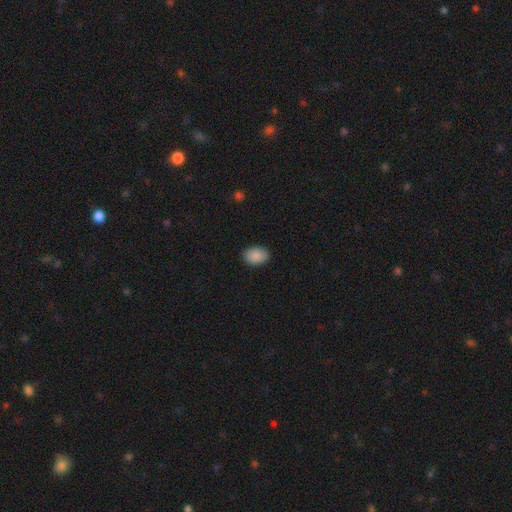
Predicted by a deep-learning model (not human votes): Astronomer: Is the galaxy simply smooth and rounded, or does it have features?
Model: smooth — 89%.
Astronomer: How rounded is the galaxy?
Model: in between — 82%.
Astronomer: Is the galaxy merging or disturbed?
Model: none — 88%.